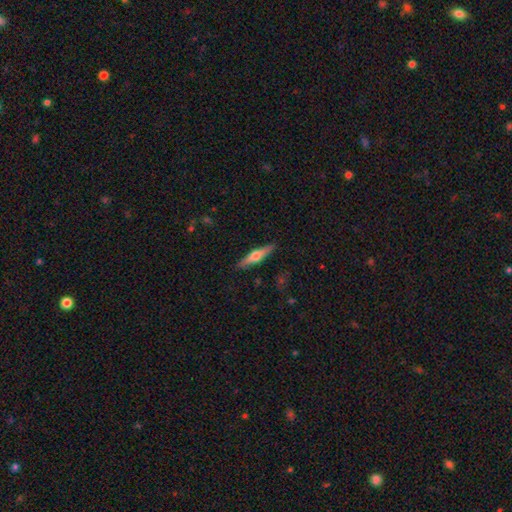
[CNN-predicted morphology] Smooth or featured: featured or disk — 57% (smooth — 38%)
Edge-on disk: yes — 96% (no — 4%)
Edge-on bulge: rounded — 91% (boxy — 5%)
Merging: none — 90% (minor disturbance — 8%)